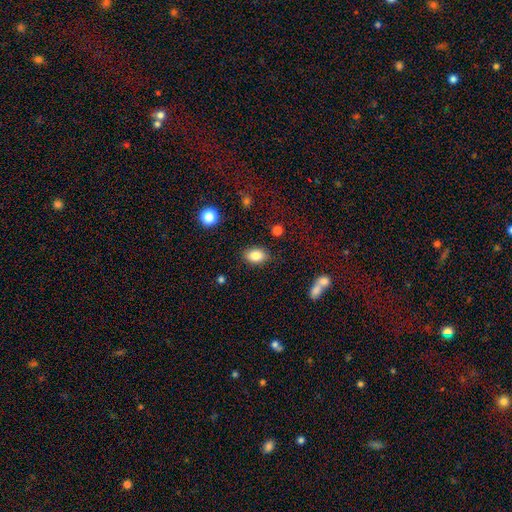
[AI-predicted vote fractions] This appears to be a smooth galaxy with no disk features (84%) that is in between round and cigar-shaped (83%). Merging: none (84%).